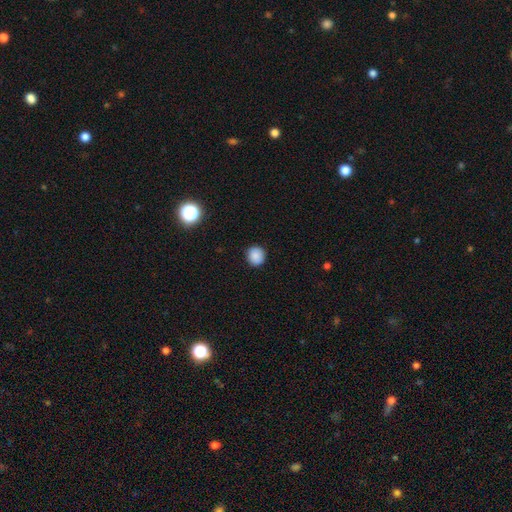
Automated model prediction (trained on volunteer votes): Smooth or featured?
  - smooth: 87% *
  - star or artifact: 10%
  - featured or disk: 3%
How rounded?
  - round: 91% *
  - in between: 8%
  - cigar-shaped: 1%
Merging?
  - none: 91% *
  - minor disturbance: 6%
  - major disturbance: 2%
  - merger: 1%